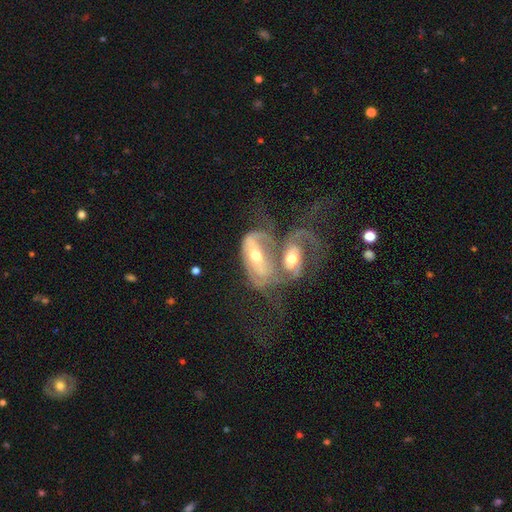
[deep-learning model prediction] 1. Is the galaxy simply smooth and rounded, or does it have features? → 76% featured or disk, 18% smooth, 6% star or artifact.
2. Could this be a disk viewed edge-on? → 93% no, 7% yes.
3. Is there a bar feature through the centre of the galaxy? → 45% no, 32% weak, 23% strong.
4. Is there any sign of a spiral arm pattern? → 79% yes, 21% no.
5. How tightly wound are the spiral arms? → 38% medium, 34% tight, 29% loose.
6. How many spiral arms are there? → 59% 2, 26% can't tell, 9% 1, 3% 3, 2% 4, 1% more than 4.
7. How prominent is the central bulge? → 69% moderate, 21% small, 7% large, 2% none, 1% dominant.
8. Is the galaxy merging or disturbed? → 79% merger, 9% major disturbance, 8% none, 4% minor disturbance.